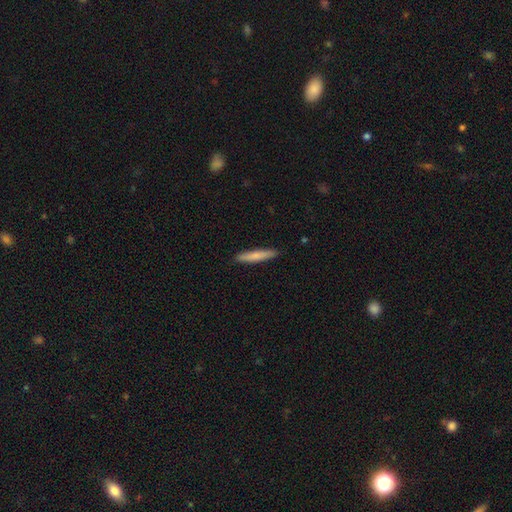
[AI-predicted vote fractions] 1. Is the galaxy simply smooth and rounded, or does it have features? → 74% smooth, 21% featured or disk, 5% star or artifact.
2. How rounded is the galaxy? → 92% cigar-shaped, 7% in between, 1% round.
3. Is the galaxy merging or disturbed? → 90% none, 7% minor disturbance, 1% major disturbance, 1% merger.